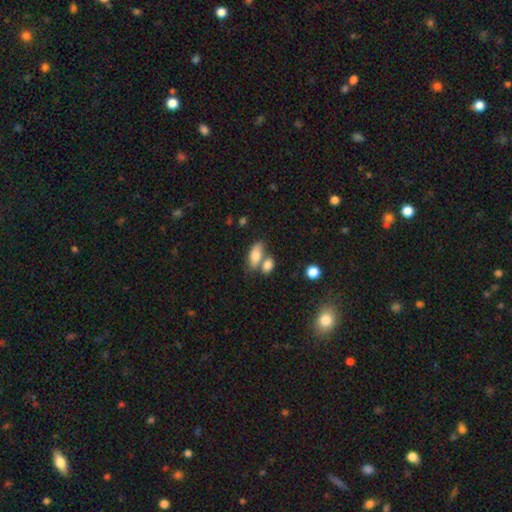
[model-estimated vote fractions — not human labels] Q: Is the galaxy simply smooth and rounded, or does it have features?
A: smooth — 78%.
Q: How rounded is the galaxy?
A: in between — 86%.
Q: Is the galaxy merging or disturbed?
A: none — 42%, tied with merger.